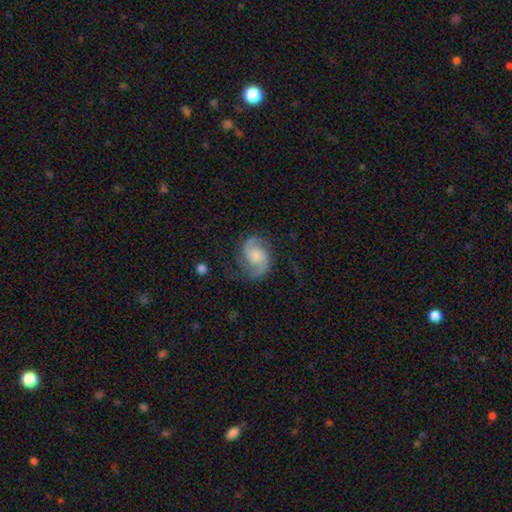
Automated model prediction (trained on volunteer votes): Q: Smooth or featured?
A: featured or disk (87%); runner-up: smooth (8%)
Q: Edge-on disk?
A: no (98%); runner-up: yes (2%)
Q: Bar?
A: no (64%); runner-up: weak (31%)
Q: Spiral arms?
A: yes (98%); runner-up: no (2%)
Q: Spiral winding?
A: medium (54%); runner-up: tight (24%)
Q: Spiral arm count?
A: 2 (92%); runner-up: can't tell (3%)
Q: Bulge size?
A: moderate (39%); runner-up: small (27%)
Q: Merging?
A: none (75%); runner-up: minor disturbance (16%)